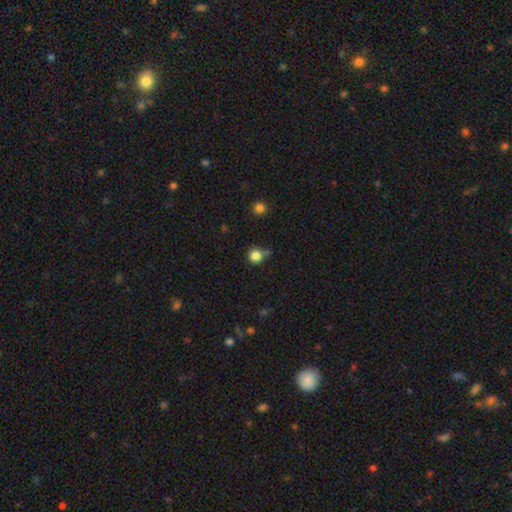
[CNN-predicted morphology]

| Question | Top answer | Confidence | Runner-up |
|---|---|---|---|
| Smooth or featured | smooth | 84% | star or artifact (12%) |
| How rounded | round | 92% | in between (7%) |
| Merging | none | 66% | minor disturbance (17%) |